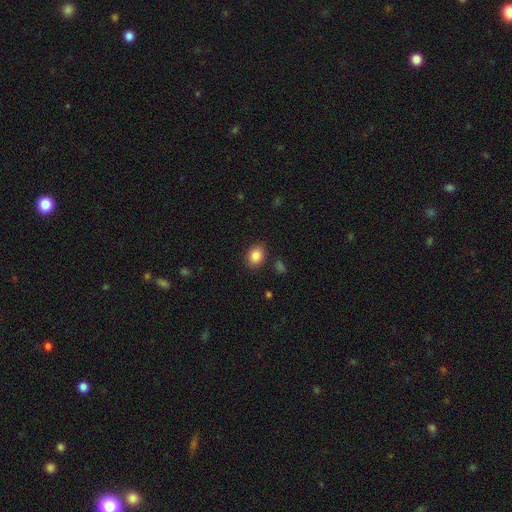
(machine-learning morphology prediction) smooth 86%, star or artifact 9%, featured or disk 5%. Down the decision tree: how rounded — in between (56%); merging — none (84%).